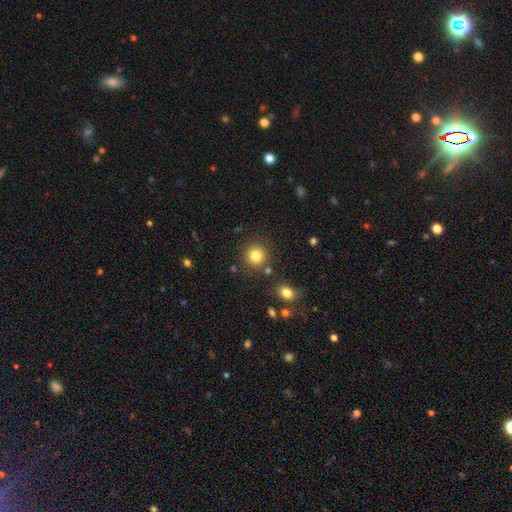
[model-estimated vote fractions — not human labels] Morphology: type=smooth (82%); roundness=round (92%); merging=none (84%).